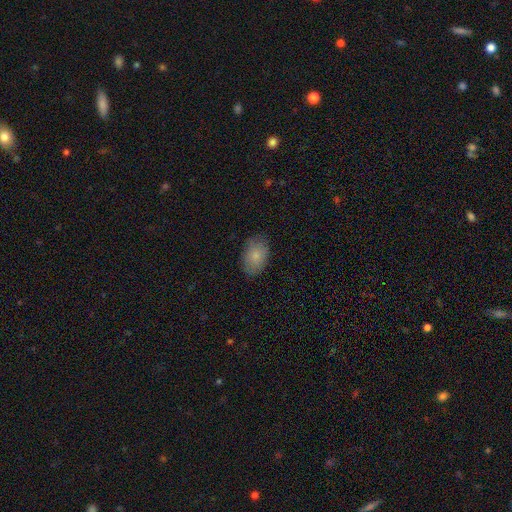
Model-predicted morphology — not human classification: smooth_or_featured: smooth (p=0.83) [alt: featured or disk p=0.10]
how_rounded: in between (p=0.89) [alt: round p=0.10]
merging: none (p=0.82) [alt: minor disturbance p=0.14]